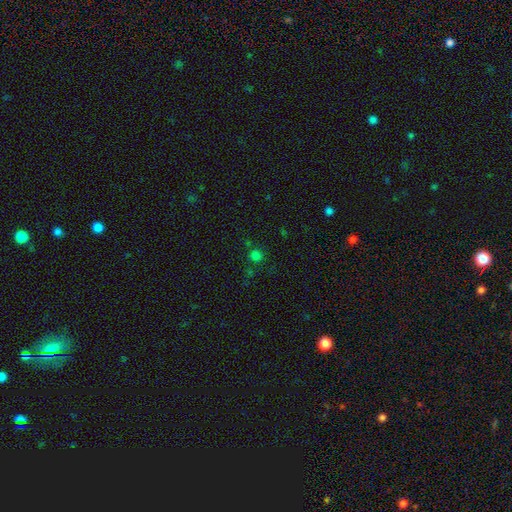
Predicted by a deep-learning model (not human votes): Overall: smooth (69%). How rounded: round (92%). Merging: none (79%).